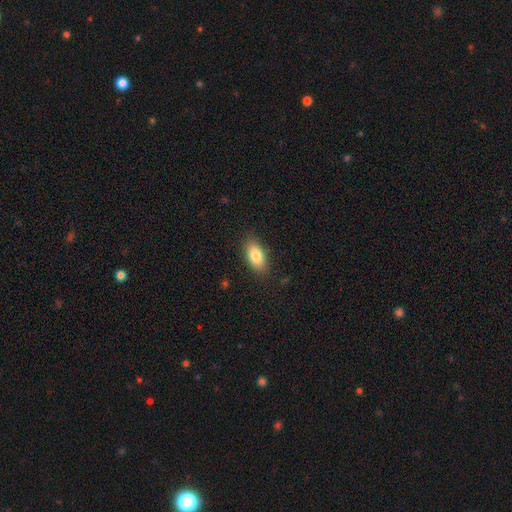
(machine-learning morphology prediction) This appears to be a smooth galaxy with no disk features (84%) that is in between round and cigar-shaped (90%). Merging: none (86%).